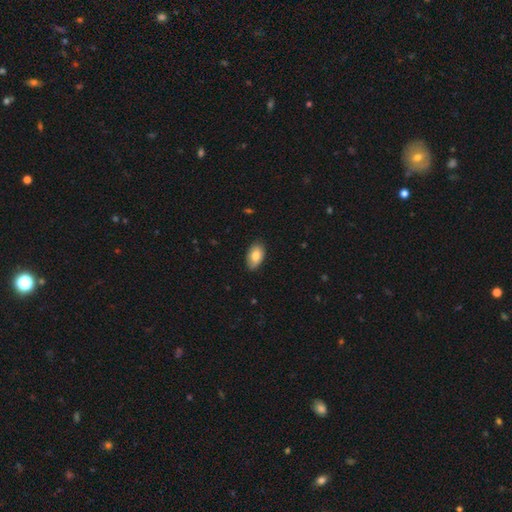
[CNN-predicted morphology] Smooth or featured? Predicted: smooth (p=0.79). How rounded? Predicted: in between (p=0.93). Merging? Predicted: none (p=0.83).